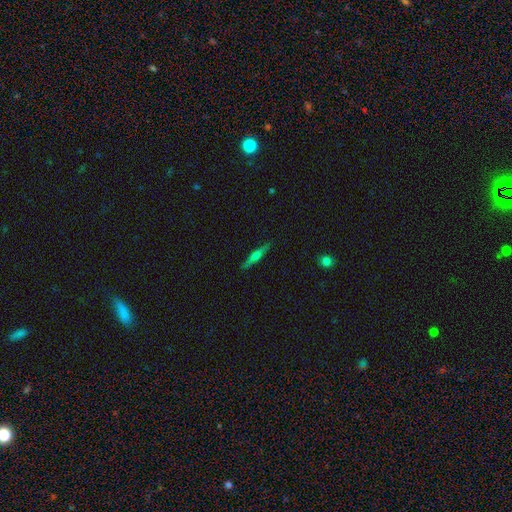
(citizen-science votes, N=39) Morphology: type=featured or disk (54%); edge-on=yes (90%); edge-on bulge=rounded (63%); merging=none (94%).